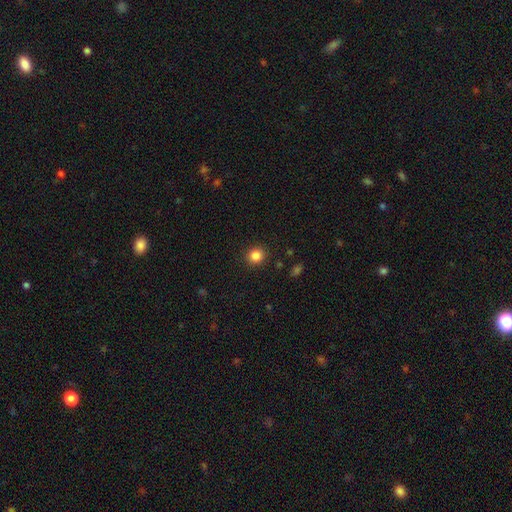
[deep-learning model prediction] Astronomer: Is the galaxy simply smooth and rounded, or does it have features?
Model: smooth — 85%.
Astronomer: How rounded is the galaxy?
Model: round — 88%.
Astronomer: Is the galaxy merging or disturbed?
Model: none — 90%.